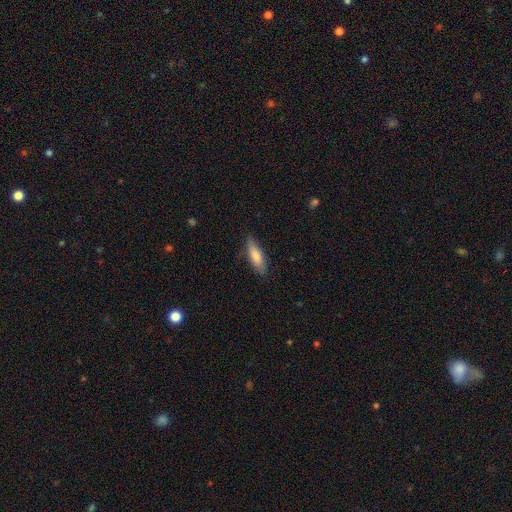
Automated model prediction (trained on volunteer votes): Smooth or featured? smooth (78%)
How rounded? in between (50%)
Merging? none (82%)